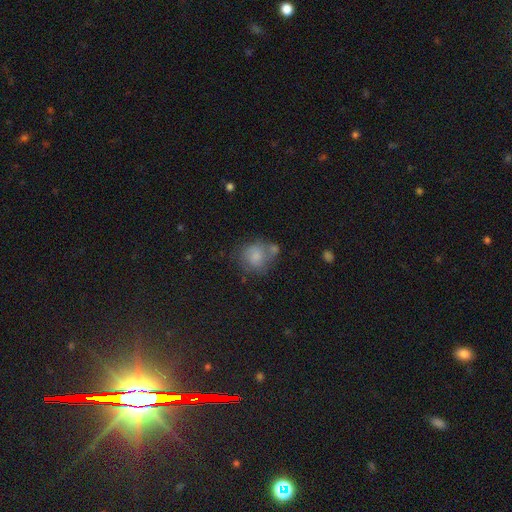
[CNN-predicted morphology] Overall: smooth (72%). How rounded: round (74%). Merging: none (37%; merger 32%).